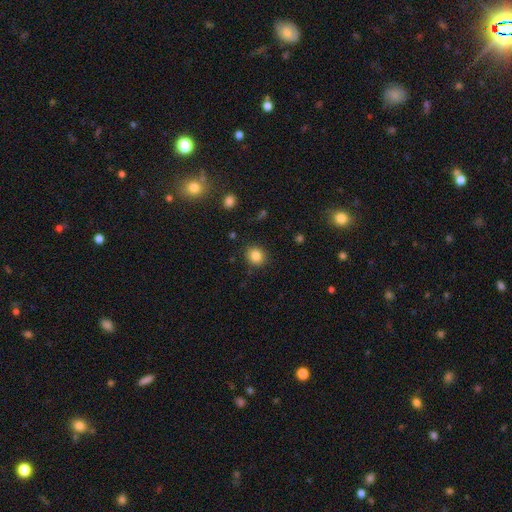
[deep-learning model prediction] smooth 84%, star or artifact 10%, featured or disk 6%. Down the decision tree: how rounded — round (78%); merging — none (88%).